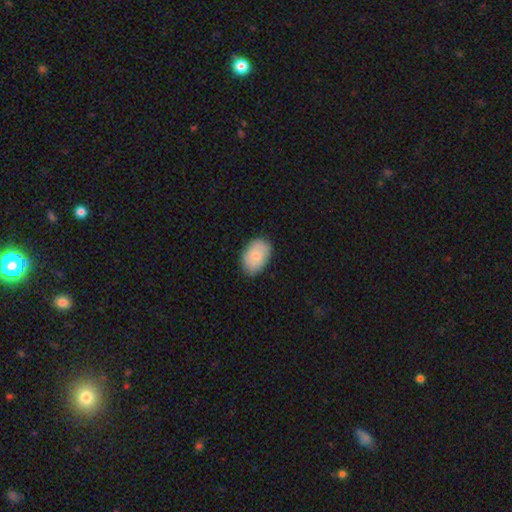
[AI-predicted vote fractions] smooth-or-featured: smooth: 81% | featured or disk: 13% | star or artifact: 6%
  how-rounded: in between: 86% | round: 13% | cigar-shaped: 1%
  merging: none: 84% | minor disturbance: 13% | major disturbance: 2% | merger: 1%